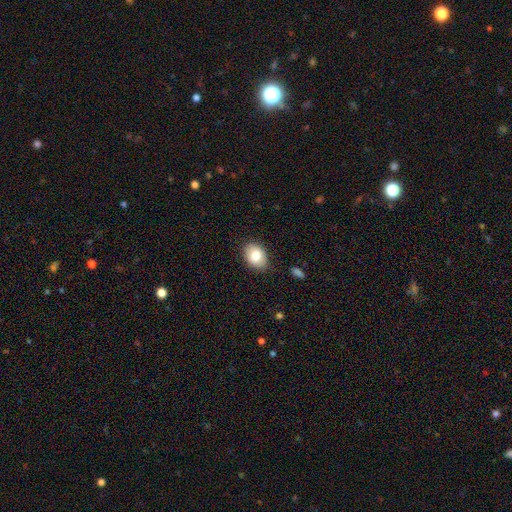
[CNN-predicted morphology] A smooth galaxy with no disk features (79%) that is in between round and cigar-shaped (75%).

Vote fractions:
- Smooth or featured? smooth: 79% / featured or disk: 13% / star or artifact: 8%
- How rounded? in between: 75% / round: 24% / cigar-shaped: 1%
- Merging? none: 86% / minor disturbance: 10% / major disturbance: 2% / merger: 1%